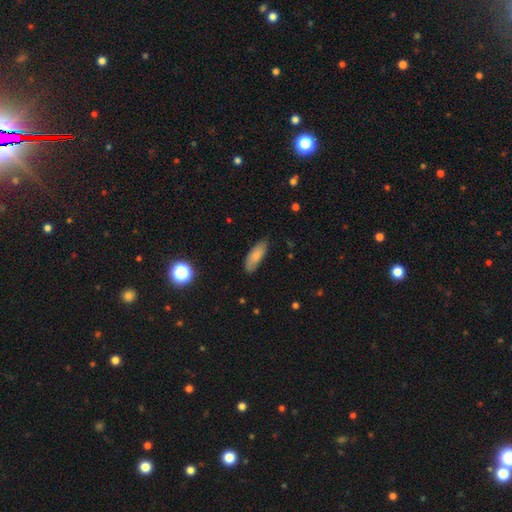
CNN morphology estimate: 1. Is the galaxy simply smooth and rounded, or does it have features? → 78% smooth, 16% featured or disk, 7% star or artifact.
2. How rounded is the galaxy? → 70% in between, 28% cigar-shaped, 2% round.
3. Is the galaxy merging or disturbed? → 76% none, 20% minor disturbance, 3% major disturbance, 1% merger.